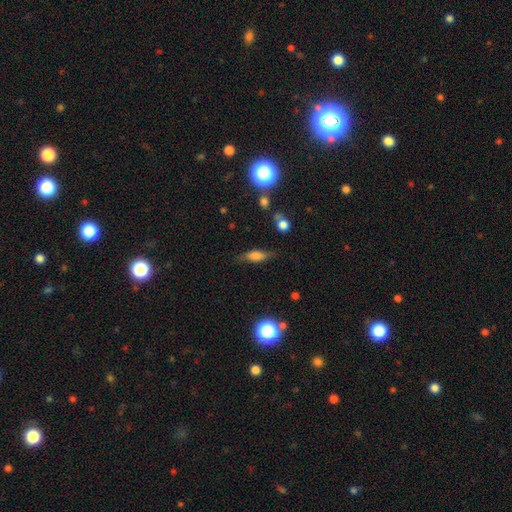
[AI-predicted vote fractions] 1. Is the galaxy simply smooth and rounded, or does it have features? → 60% smooth, 29% featured or disk, 11% star or artifact.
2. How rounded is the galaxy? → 57% in between, 38% cigar-shaped, 5% round.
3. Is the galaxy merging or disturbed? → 70% none, 21% minor disturbance, 7% major disturbance, 2% merger.